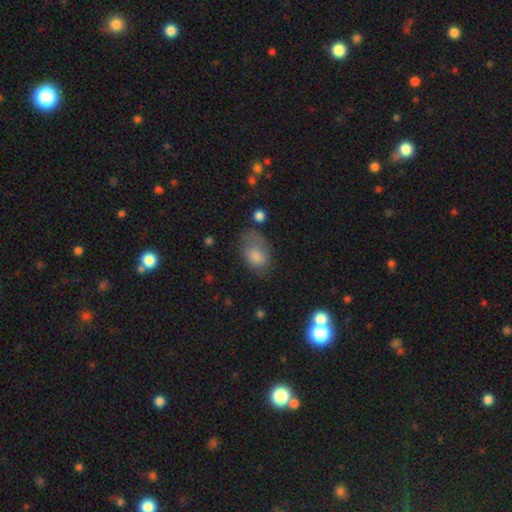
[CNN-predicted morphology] smooth 75%, featured or disk 14%, star or artifact 11%. Down the decision tree: how rounded — in between (86%); merging — none (47%).